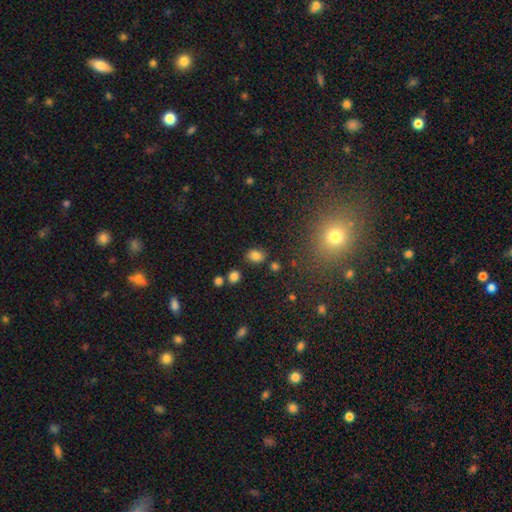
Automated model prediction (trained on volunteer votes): Q: Smooth or featured?
A: smooth (80%); runner-up: star or artifact (13%)
Q: How rounded?
A: in between (60%); runner-up: round (39%)
Q: Merging?
A: none (80%); runner-up: minor disturbance (12%)